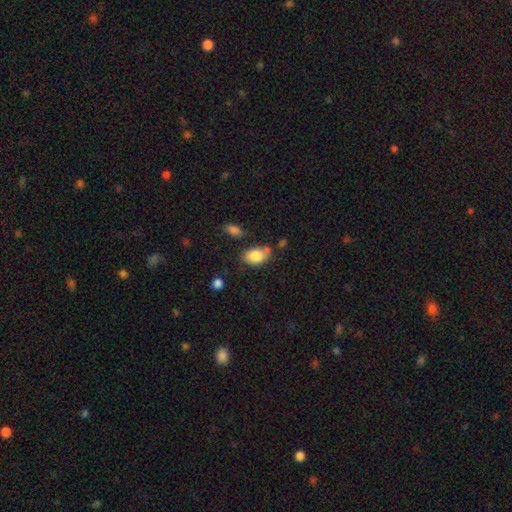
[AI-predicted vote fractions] Smooth or featured: smooth — 83% (featured or disk — 9%)
How rounded: in between — 88% (round — 11%)
Merging: none — 56% (minor disturbance — 25%)